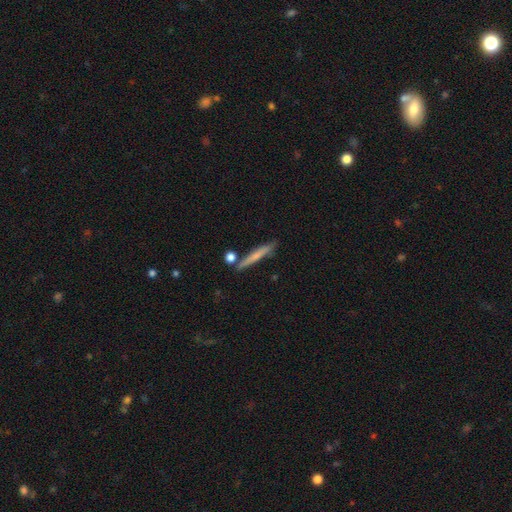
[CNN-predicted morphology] Overall: smooth (56%; featured or disk 37%). How rounded: cigar-shaped (93%). Merging: none (78%).